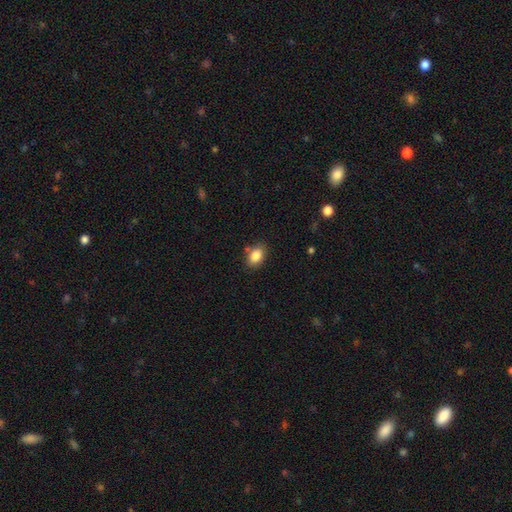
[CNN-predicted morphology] Overall: smooth (85%). How rounded: in between (80%). Merging: none (79%).